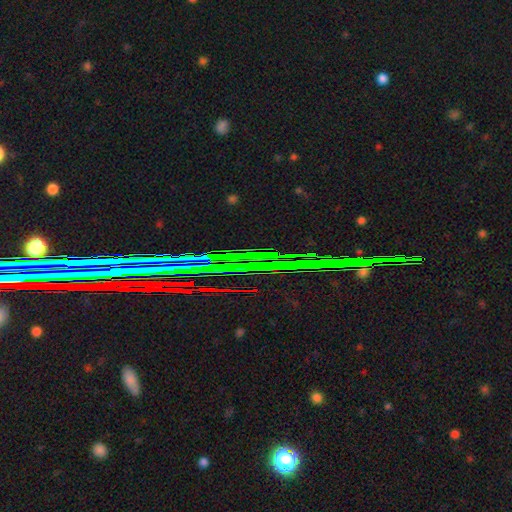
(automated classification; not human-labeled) This appears to be a star or artifact, not a galaxy (77%).